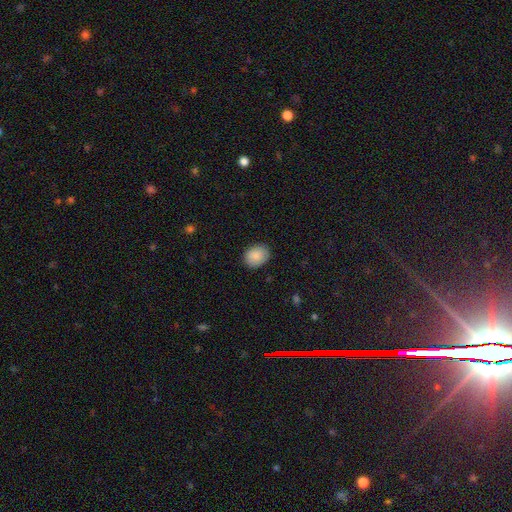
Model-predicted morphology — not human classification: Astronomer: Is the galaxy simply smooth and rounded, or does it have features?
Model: smooth — 88%.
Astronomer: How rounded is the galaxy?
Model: in between — 55% (runner-up: round, 44%).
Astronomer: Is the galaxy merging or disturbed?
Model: none — 87%.